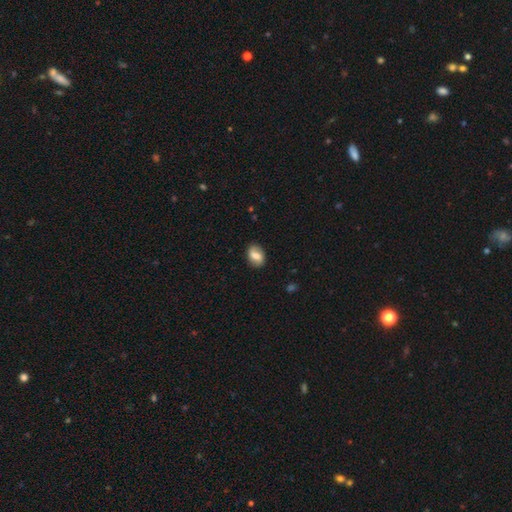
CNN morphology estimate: This appears to be a smooth galaxy with no disk features (66%) that is in between round and cigar-shaped (80%). Merging: none (82%).